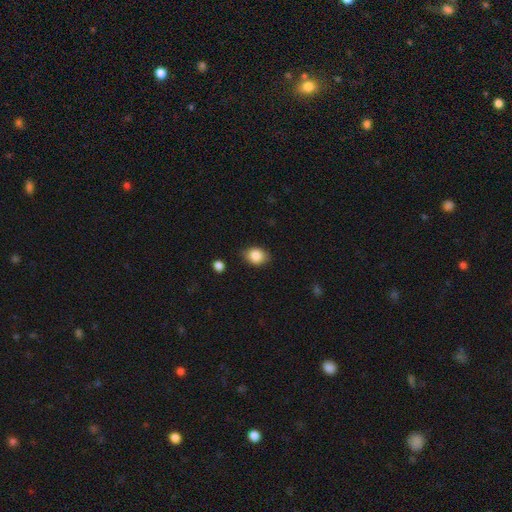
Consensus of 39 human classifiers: Smooth or featured?
  - smooth: 92% *
  - star or artifact: 5%
  - featured or disk: 3%
How rounded?
  - in between: 67% *
  - round: 33%
  - cigar-shaped: 0%
Merging?
  - none: 81% *
  - minor disturbance: 11%
  - major disturbance: 8%
  - merger: 0%